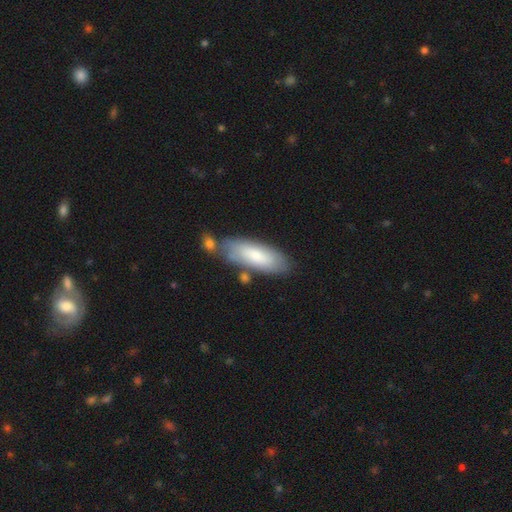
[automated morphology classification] A smooth galaxy with no disk features (73%) that is in between round and cigar-shaped (71%). Merging: none (64%).